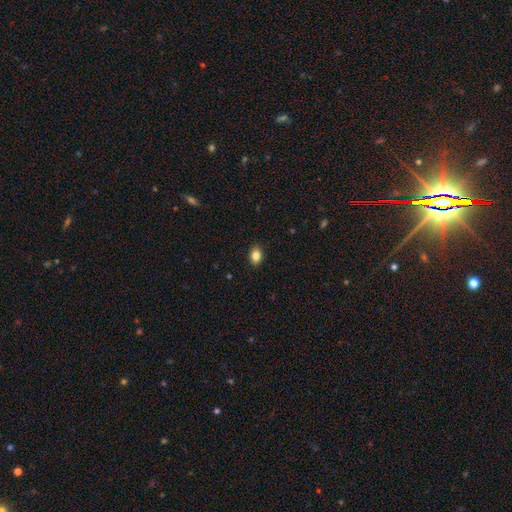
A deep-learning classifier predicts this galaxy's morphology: This appears to be a smooth galaxy with no disk features (85%) that is in between round and cigar-shaped (75%). Merging: none (90%).